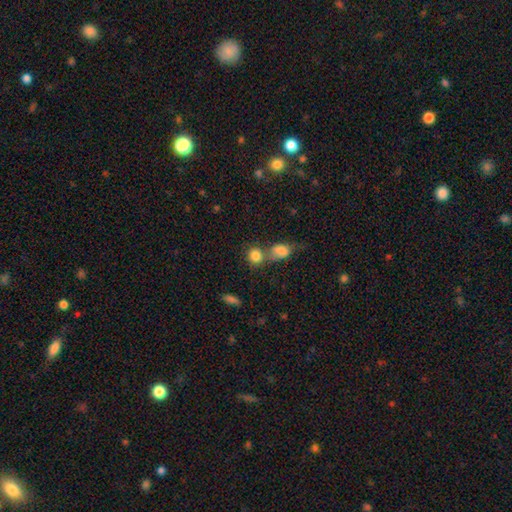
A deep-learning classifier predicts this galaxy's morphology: This is clearly a smooth galaxy (83%). How rounded: likely round (76%). Merging: marginally merger (44%).